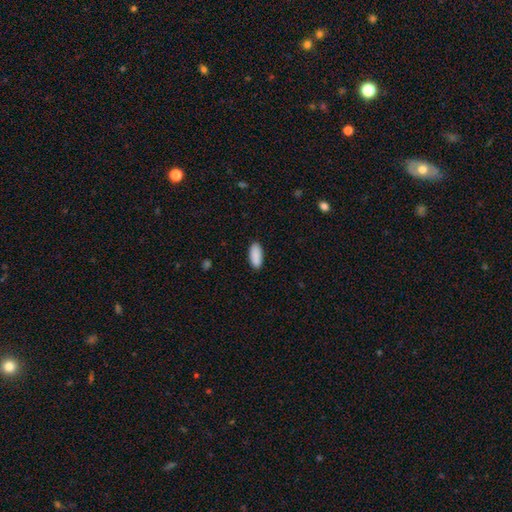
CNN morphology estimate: Smooth or featured?
  - smooth: 90% *
  - star or artifact: 6%
  - featured or disk: 4%
How rounded?
  - in between: 87% *
  - cigar-shaped: 11%
  - round: 2%
Merging?
  - none: 87% *
  - minor disturbance: 9%
  - major disturbance: 2%
  - merger: 1%